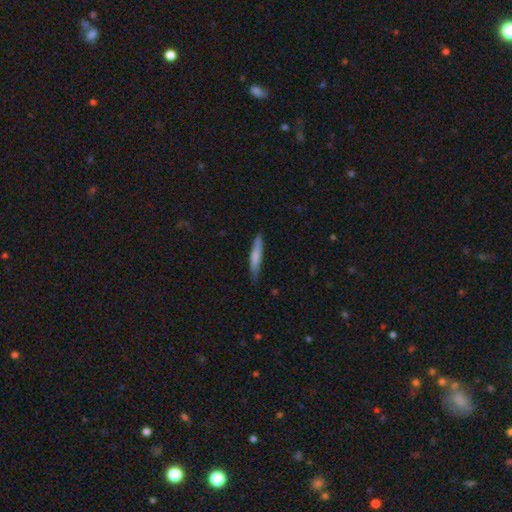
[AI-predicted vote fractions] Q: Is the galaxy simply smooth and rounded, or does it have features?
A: smooth — 71%.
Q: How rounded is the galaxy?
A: cigar-shaped — 91%.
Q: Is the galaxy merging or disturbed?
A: none — 83%.